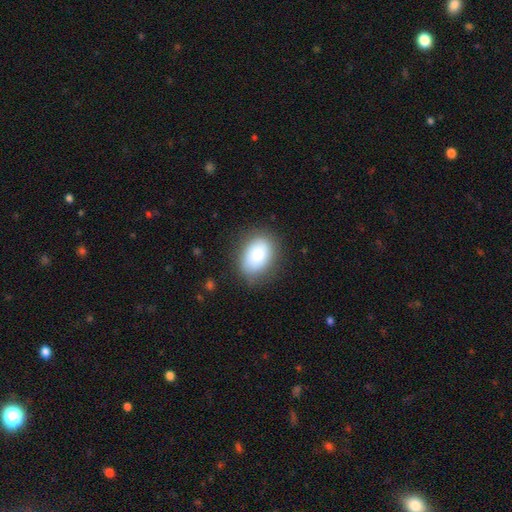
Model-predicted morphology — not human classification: smooth 81%, featured or disk 11%, star or artifact 8%. Down the decision tree: how rounded — in between (75%); merging — none (79%).